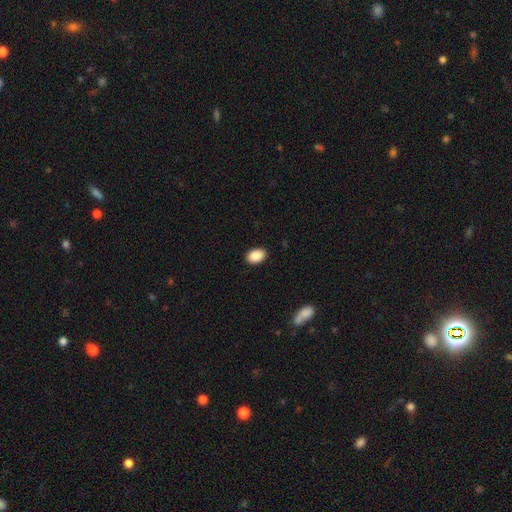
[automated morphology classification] Smooth or featured? Predicted: smooth (p=0.90). How rounded? Predicted: in between (p=0.87). Merging? Predicted: none (p=0.89).